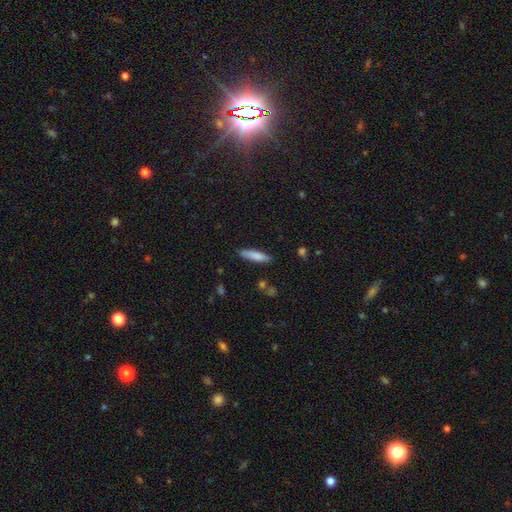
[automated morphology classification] Smooth or featured?
  - smooth: 81% *
  - featured or disk: 13%
  - star or artifact: 6%
How rounded?
  - cigar-shaped: 74% *
  - in between: 24%
  - round: 1%
Merging?
  - none: 84% *
  - minor disturbance: 12%
  - major disturbance: 2%
  - merger: 2%